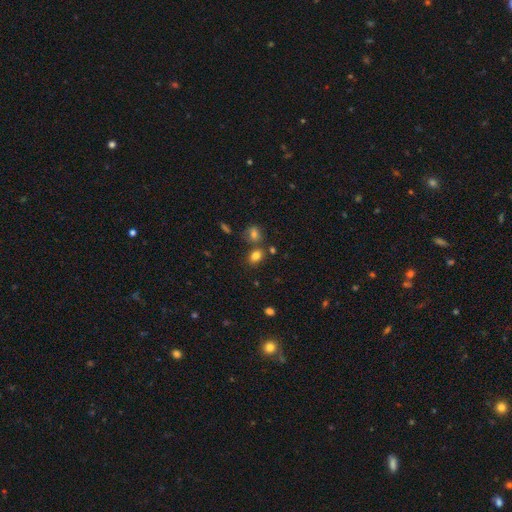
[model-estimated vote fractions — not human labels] Smooth or featured: smooth — 80% (star or artifact — 12%)
How rounded: in between — 67% (round — 31%)
Merging: none — 66% (merger — 18%)